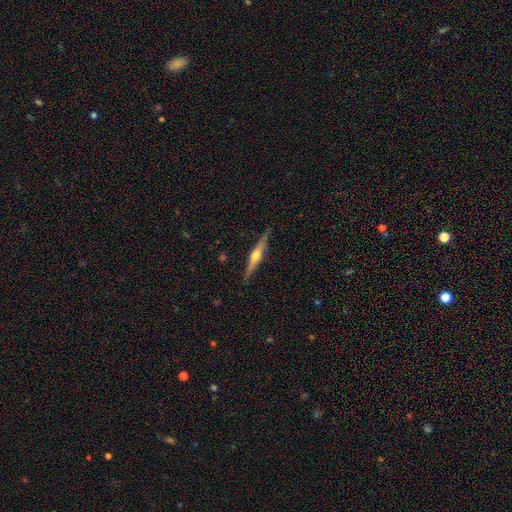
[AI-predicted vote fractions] smooth-or-featured: featured or disk: 75% | smooth: 19% | star or artifact: 6%
  disk-edge-on: yes: 98% | no: 2%
    edge-on-bulge: rounded: 92% | boxy: 5% | none: 3%
  merging: none: 88% | minor disturbance: 9% | major disturbance: 2% | merger: 1%